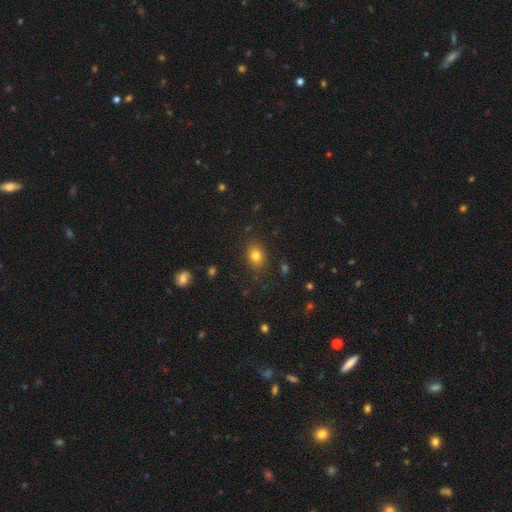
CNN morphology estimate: Smooth or featured? smooth (80%)
How rounded? in between (60%)
Merging? none (84%)